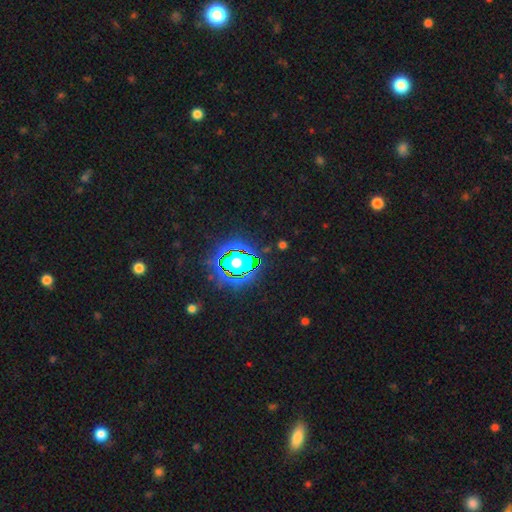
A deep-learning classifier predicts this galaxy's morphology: Q: Smooth or featured?
A: star or artifact (82%); runner-up: smooth (11%)